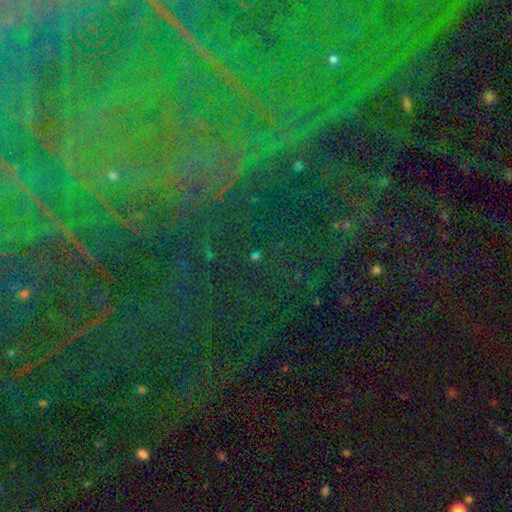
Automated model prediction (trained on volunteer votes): Smooth or featured? star or artifact (73%)